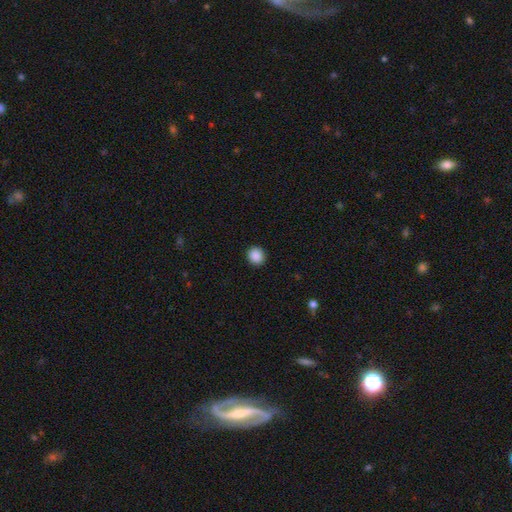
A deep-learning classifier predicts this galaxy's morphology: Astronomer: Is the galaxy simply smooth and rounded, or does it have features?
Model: smooth — 89%.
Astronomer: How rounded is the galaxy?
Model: round — 88%.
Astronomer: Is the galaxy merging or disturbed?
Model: none — 92%.